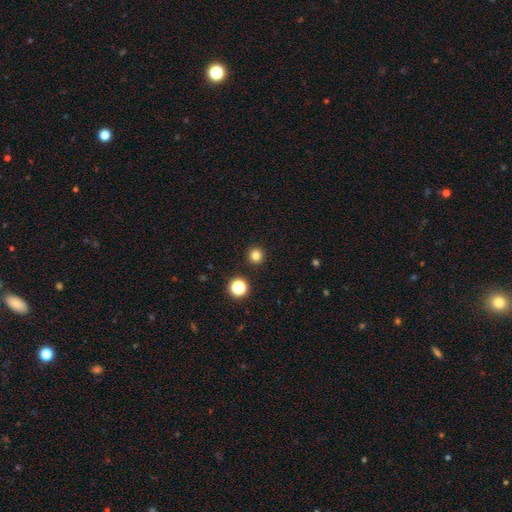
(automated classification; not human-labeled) Smooth or featured? Predicted: smooth (p=0.81). How rounded? Predicted: round (p=0.95). Merging? Predicted: none (p=0.93).